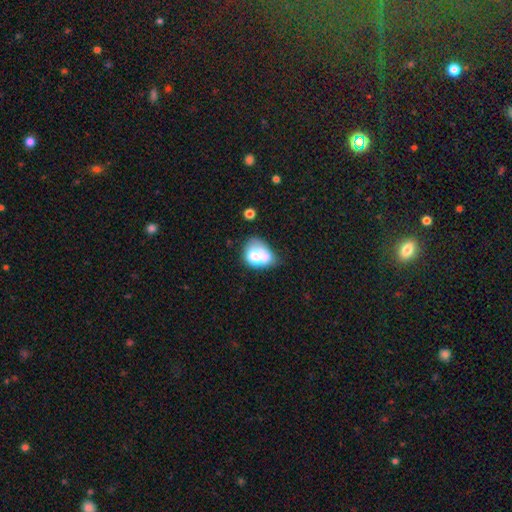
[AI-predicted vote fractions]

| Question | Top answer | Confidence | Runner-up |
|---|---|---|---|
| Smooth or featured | smooth | 67% | featured or disk (23%) |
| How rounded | in between | 64% | round (35%) |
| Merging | none | 29% | minor disturbance (27%) |